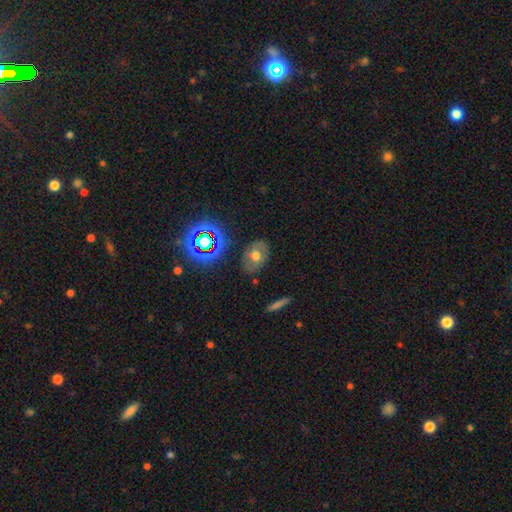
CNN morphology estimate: This is possibly a smooth galaxy (51%). How rounded: likely in between (74%). Merging: likely none (77%).